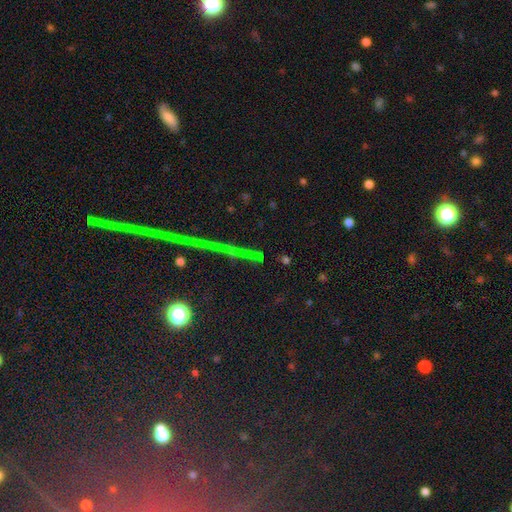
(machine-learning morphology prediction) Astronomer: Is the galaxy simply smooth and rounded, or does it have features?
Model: star or artifact — 69%.